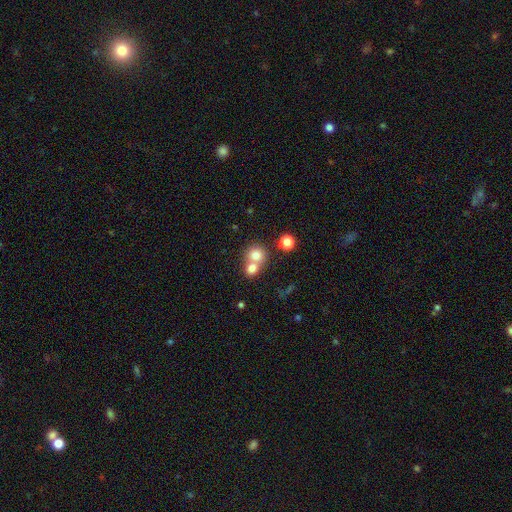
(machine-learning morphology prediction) Smooth or featured? Predicted: smooth (p=0.76). How rounded? Predicted: round (p=0.81). Merging? Predicted: merger (p=0.55).